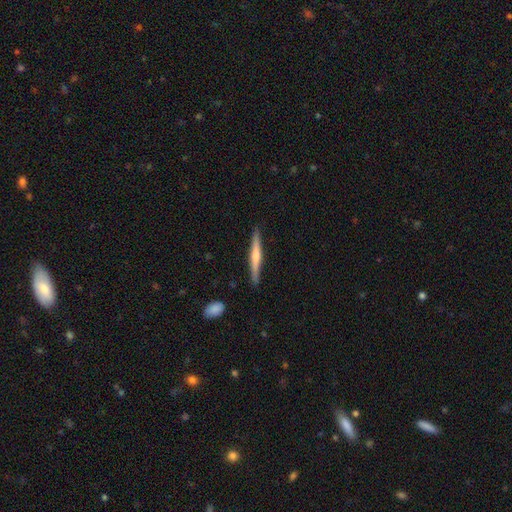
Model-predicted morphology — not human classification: smooth_or_featured: featured or disk (p=0.59) [alt: smooth p=0.36]
disk_edge_on: yes (p=0.97) [alt: no p=0.03]
edge_on_bulge: rounded (p=0.70) [alt: none p=0.19]
merging: none (p=0.89) [alt: minor disturbance p=0.08]